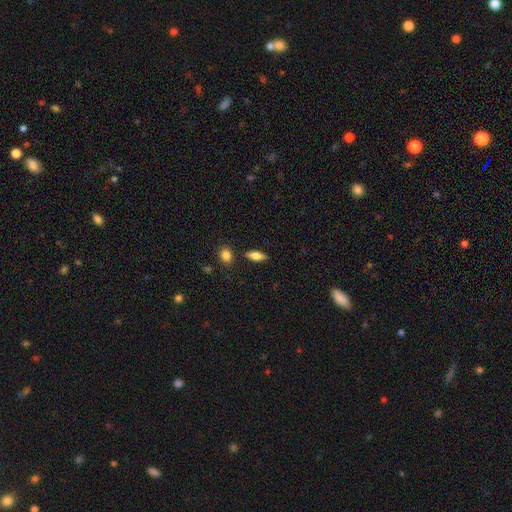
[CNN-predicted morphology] Smooth or featured? Predicted: smooth (p=0.70). How rounded? Predicted: in between (p=0.71). Merging? Predicted: none (p=0.84).